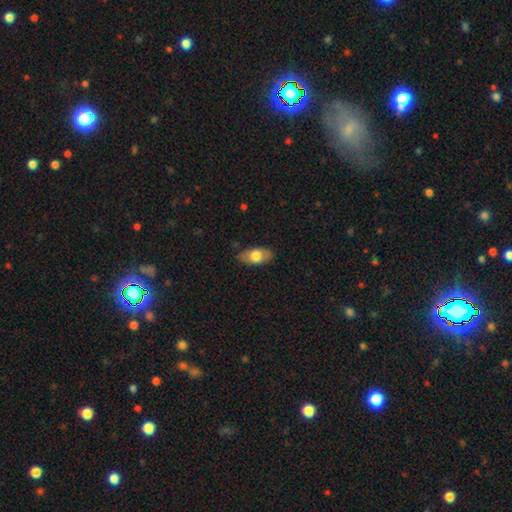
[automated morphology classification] This is likely a smooth galaxy (71%). How rounded: clearly in between (91%). Merging: clearly none (81%).